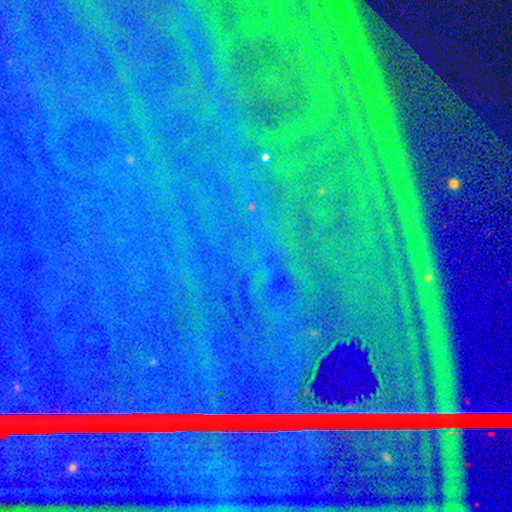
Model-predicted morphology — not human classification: A star or artifact, not a galaxy (89%).